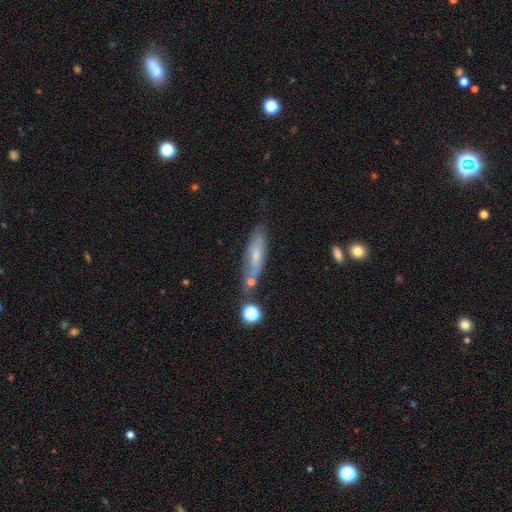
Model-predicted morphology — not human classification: Smooth or featured? Predicted: smooth (p=0.50). Merging? Predicted: none (p=0.59).